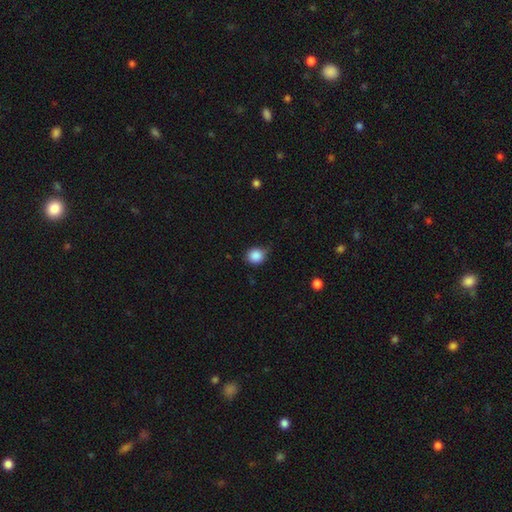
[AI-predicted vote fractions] A smooth galaxy with no disk features (87%) that is round (84%).

Vote fractions:
- Smooth or featured? smooth: 87% / star or artifact: 9% / featured or disk: 4%
- How rounded? round: 84% / in between: 15% / cigar-shaped: 1%
- Merging? none: 69% / minor disturbance: 25% / major disturbance: 5% / merger: 2%